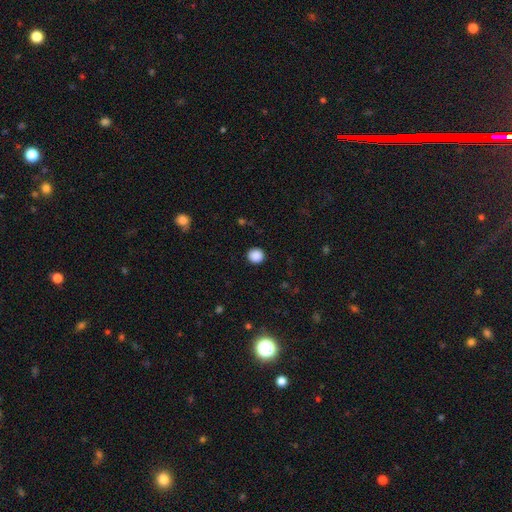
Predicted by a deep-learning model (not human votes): Smooth or featured: smooth — 89% (star or artifact — 9%)
How rounded: round — 92% (in between — 7%)
Merging: none — 92% (minor disturbance — 5%)